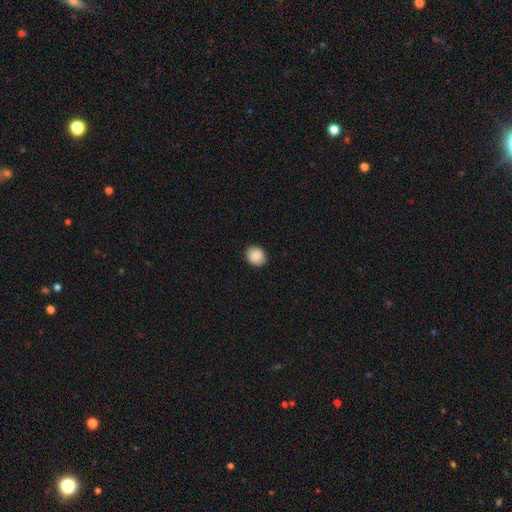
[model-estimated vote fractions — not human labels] This is clearly a smooth galaxy (88%). How rounded: likely round (73%). Merging: clearly none (91%).